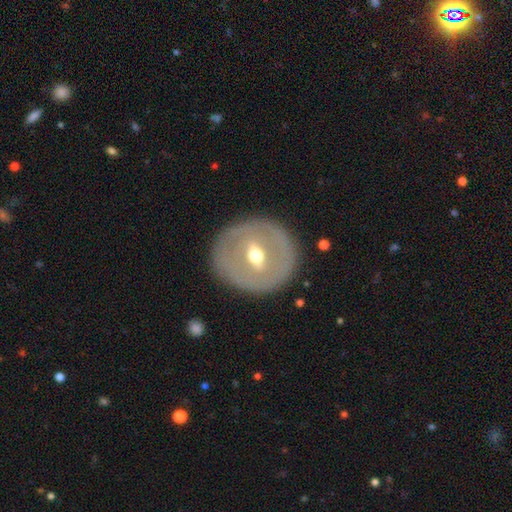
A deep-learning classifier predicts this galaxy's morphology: A featured or disk galaxy (66%) with a weak bar (42%), no spiral arms (80%) and a moderate central bulge (67%).

Vote fractions:
- Smooth or featured? featured or disk: 66% / smooth: 28% / star or artifact: 6%
- Edge-on disk? no: 87% / yes: 13%
- Bar? weak: 42% / strong: 38% / no: 20%
- Spiral arms? no: 80% / yes: 20%
- Bulge size? moderate: 67% / small: 25% / large: 6% / dominant: 1% / none: 1%
- Merging? none: 85% / minor disturbance: 9% / major disturbance: 5% / merger: 1%